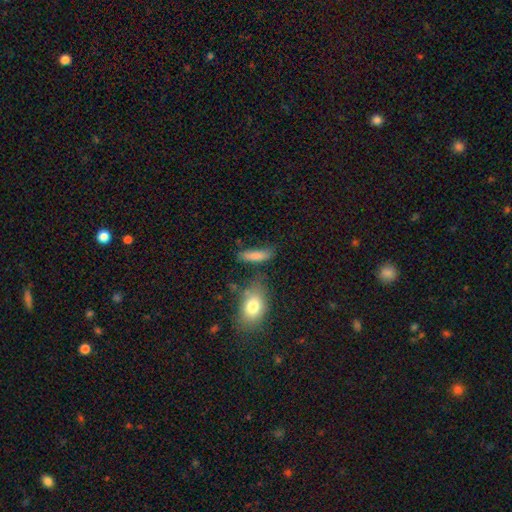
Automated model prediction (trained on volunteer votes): A smooth galaxy with no disk features (81%) that is cigar-shaped (55%).

Vote fractions:
- Smooth or featured? smooth: 81% / featured or disk: 11% / star or artifact: 8%
- How rounded? cigar-shaped: 55% / in between: 41% / round: 4%
- Merging? none: 65% / minor disturbance: 19% / merger: 9% / major disturbance: 7%